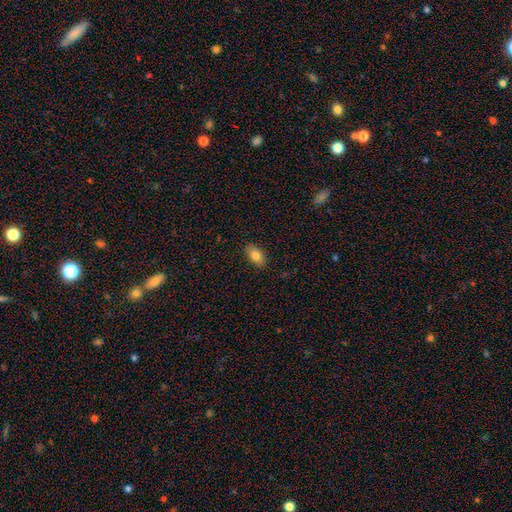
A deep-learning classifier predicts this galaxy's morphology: smooth_or_featured: smooth (p=0.82) [alt: featured or disk p=0.10]
how_rounded: in between (p=0.92) [alt: round p=0.04]
merging: none (p=0.88) [alt: minor disturbance p=0.09]